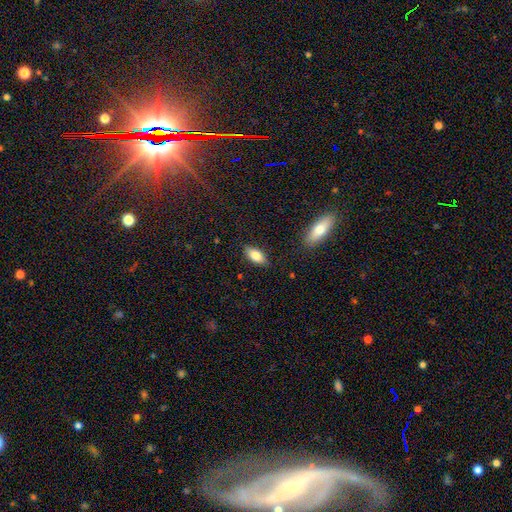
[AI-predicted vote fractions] smooth-or-featured: smooth: 78% | featured or disk: 15% | star or artifact: 7%
  how-rounded: in between: 86% | cigar-shaped: 11% | round: 3%
  merging: none: 85% | minor disturbance: 11% | major disturbance: 3% | merger: 2%